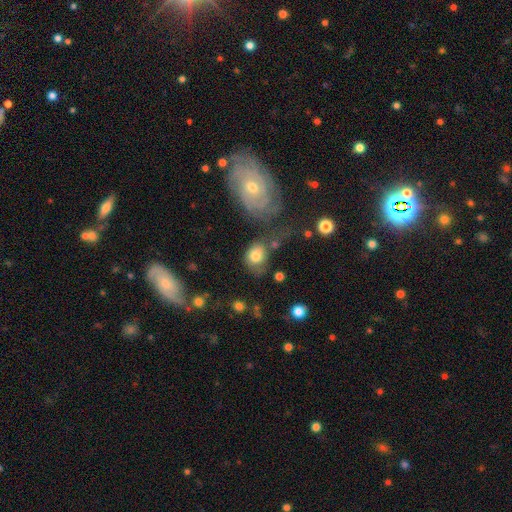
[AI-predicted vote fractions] Smooth or featured: smooth — 73% (featured or disk — 18%)
How rounded: in between — 57% (round — 41%)
Merging: none — 42% (minor disturbance — 23%)